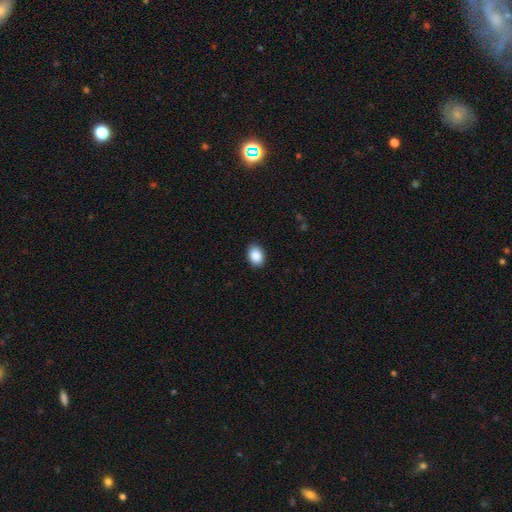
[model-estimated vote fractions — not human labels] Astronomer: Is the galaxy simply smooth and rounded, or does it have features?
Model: smooth — 89%.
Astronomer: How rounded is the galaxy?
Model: in between — 75%.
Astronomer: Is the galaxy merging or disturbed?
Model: none — 89%.